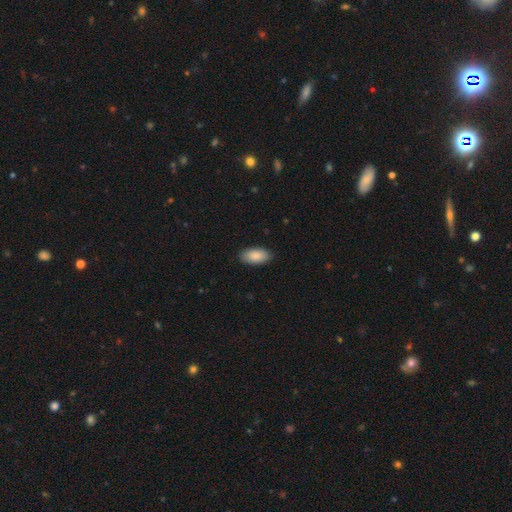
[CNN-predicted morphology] Smooth or featured? smooth (89%)
How rounded? in between (95%)
Merging? none (88%)